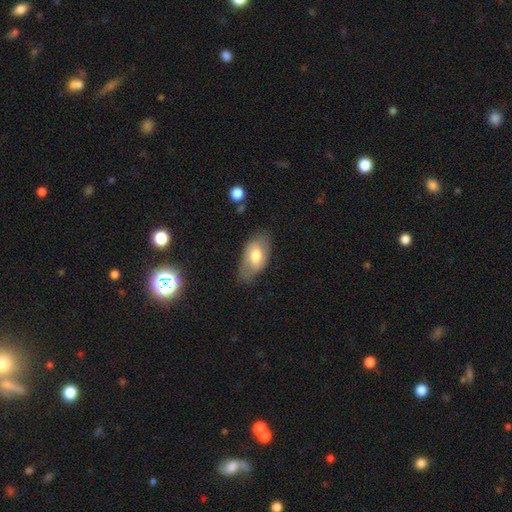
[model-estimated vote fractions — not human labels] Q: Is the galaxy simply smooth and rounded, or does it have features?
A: smooth — 63%.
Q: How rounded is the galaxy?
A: in between — 93%.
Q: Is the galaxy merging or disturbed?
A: none — 64%.